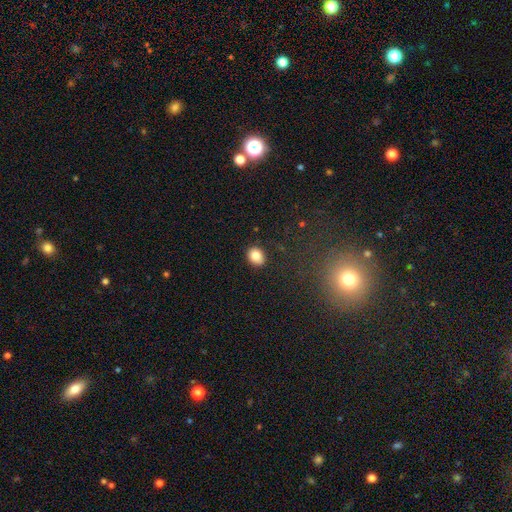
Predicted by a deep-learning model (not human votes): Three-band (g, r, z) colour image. It shows a smooth galaxy with no disk features (84%) that is in between round and cigar-shaped (53%). Merging: none (87%).